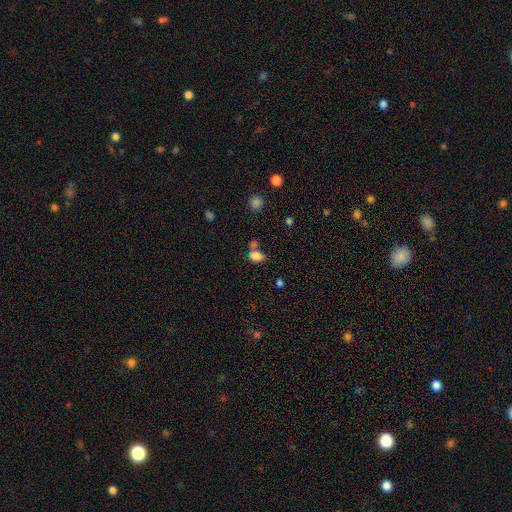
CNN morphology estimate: Q: Smooth or featured?
A: smooth (82%); runner-up: star or artifact (12%)
Q: How rounded?
A: in between (76%); runner-up: round (23%)
Q: Merging?
A: none (46%); runner-up: merger (34%)